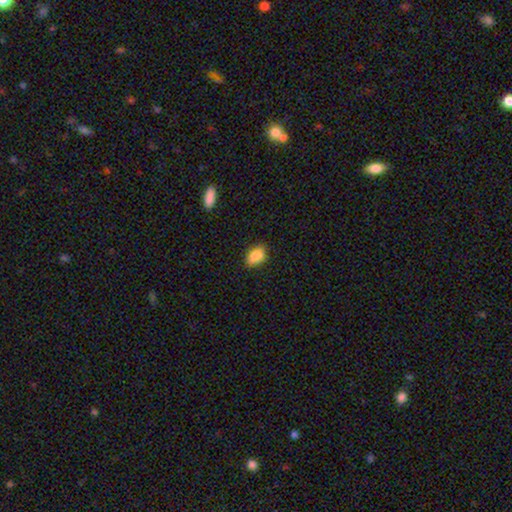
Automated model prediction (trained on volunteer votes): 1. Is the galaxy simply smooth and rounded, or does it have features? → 87% smooth, 8% star or artifact, 5% featured or disk.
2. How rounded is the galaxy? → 85% in between, 13% round, 2% cigar-shaped.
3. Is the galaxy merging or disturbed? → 80% none, 16% minor disturbance, 3% major disturbance, 1% merger.